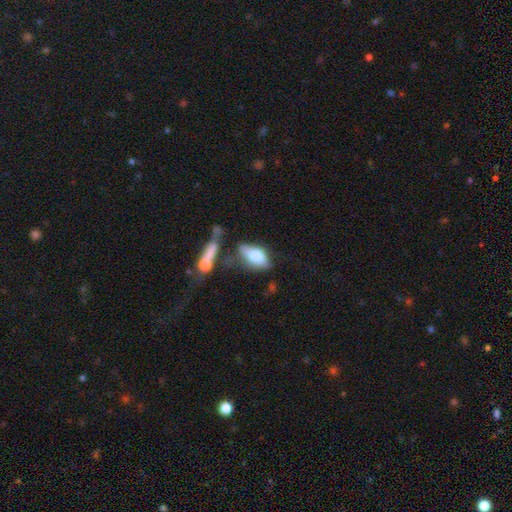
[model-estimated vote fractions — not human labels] Smooth or featured? Predicted: smooth (p=0.61). How rounded? Predicted: in between (p=0.84). Merging? Predicted: none (p=0.41).